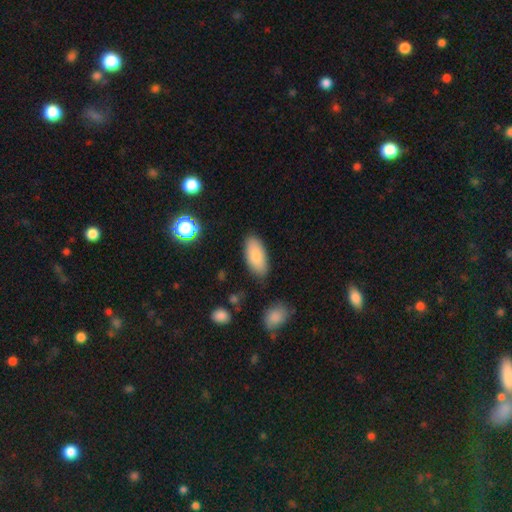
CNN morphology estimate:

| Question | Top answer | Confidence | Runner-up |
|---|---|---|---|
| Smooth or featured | smooth | 82% | featured or disk (11%) |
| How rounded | in between | 91% | cigar-shaped (7%) |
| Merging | none | 83% | minor disturbance (12%) |